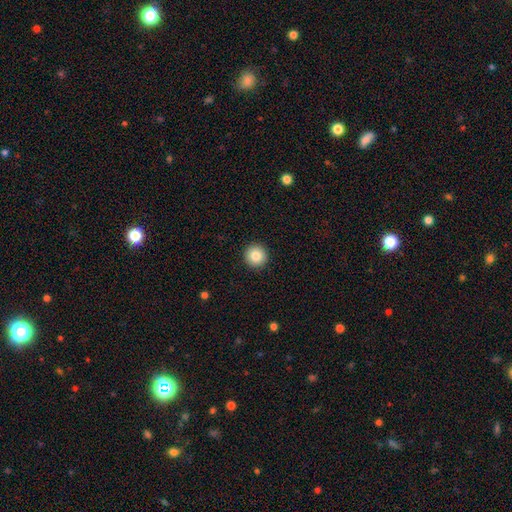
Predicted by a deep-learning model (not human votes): Morphology: type=smooth (84%); roundness=round (96%); merging=none (93%).